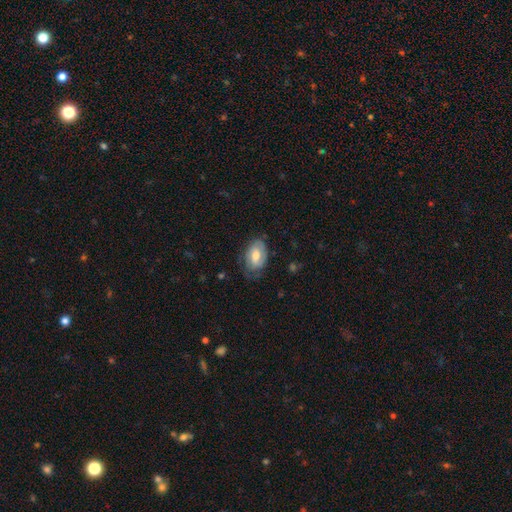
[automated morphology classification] This is possibly a featured or disk galaxy (51%). It is clearly not viewed edge-on (94%). Merging: possibly none (60%).